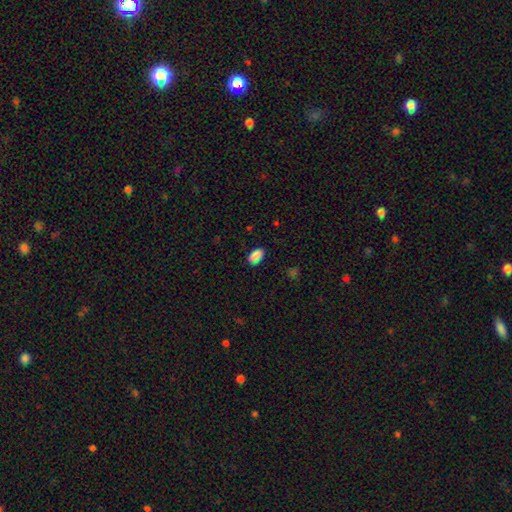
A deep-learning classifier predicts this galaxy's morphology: smooth_or_featured: smooth (p=0.90) [alt: star or artifact p=0.08]
how_rounded: in between (p=0.90) [alt: round p=0.08]
merging: none (p=0.86) [alt: minor disturbance p=0.10]